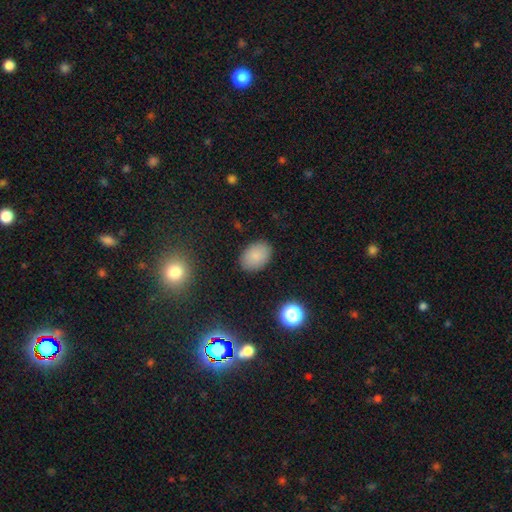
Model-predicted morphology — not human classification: smooth 85%, star or artifact 10%, featured or disk 5%. Down the decision tree: how rounded — in between (81%); merging — none (87%).